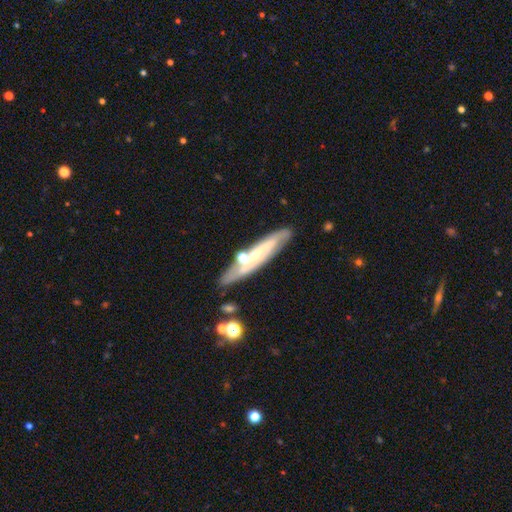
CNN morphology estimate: Smooth or featured? Predicted: featured or disk (p=0.56). Edge-on disk? Predicted: yes (p=0.61). Merging? Predicted: none (p=0.70).